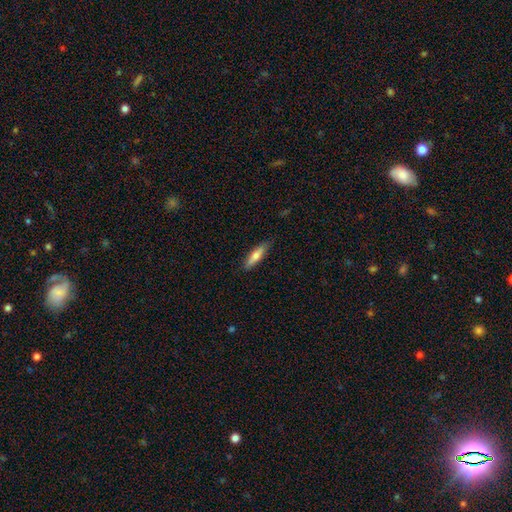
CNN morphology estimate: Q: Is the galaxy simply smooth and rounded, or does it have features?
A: smooth — 67%.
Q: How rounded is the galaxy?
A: cigar-shaped — 71%.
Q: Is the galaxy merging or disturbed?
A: none — 86%.